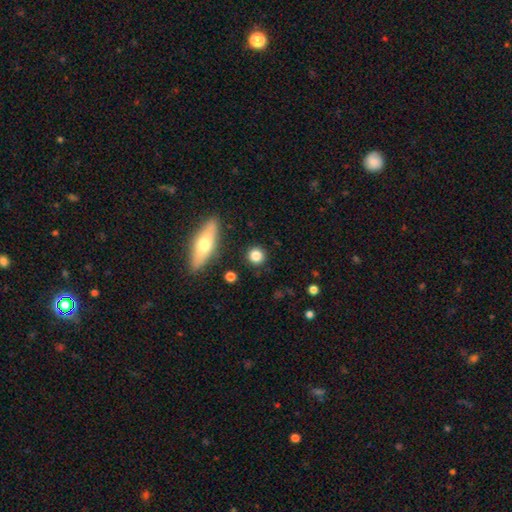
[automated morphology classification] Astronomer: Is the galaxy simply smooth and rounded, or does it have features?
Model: smooth — 82%.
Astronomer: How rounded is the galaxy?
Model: round — 89%.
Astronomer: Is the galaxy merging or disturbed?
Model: none — 89%.